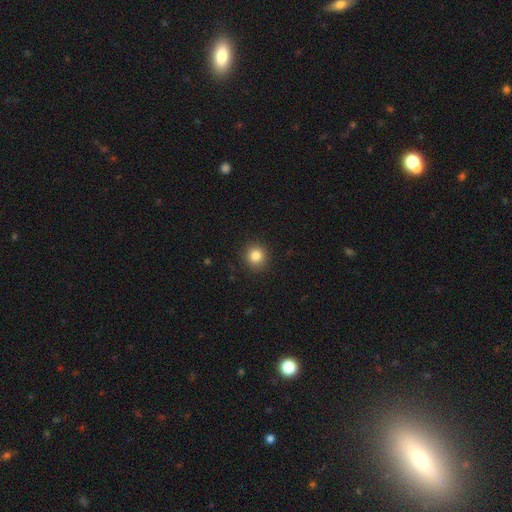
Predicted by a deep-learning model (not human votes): The model was most divided on "smooth or featured": smooth: 84%, star or artifact: 11%, featured or disk: 5%. More confident: how rounded — round (92%); merging — none (91%).